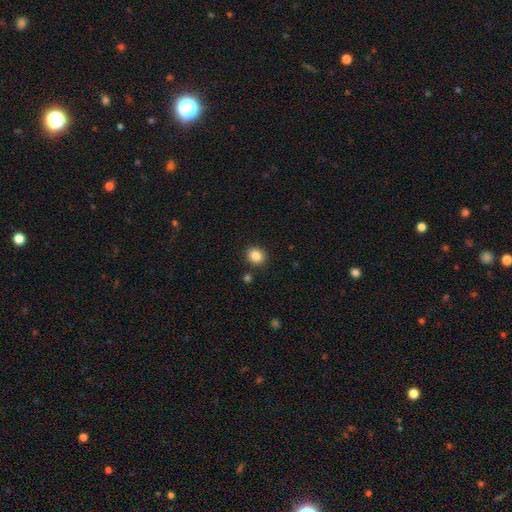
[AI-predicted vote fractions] A smooth galaxy with no disk features (86%) that is round (75%). Merging: none (88%).